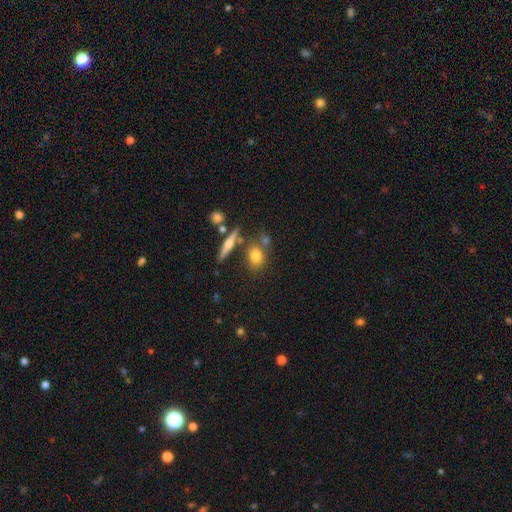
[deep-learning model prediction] This appears to be a smooth galaxy with no disk features (74%) that is in between round and cigar-shaped (52%). Merging: none (64%).